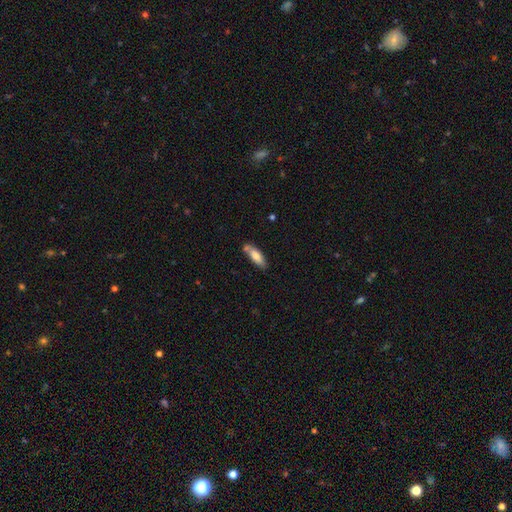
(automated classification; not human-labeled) smooth 76%, featured or disk 17%, star or artifact 6%. Down the decision tree: how rounded — in between (59%); merging — none (61%).